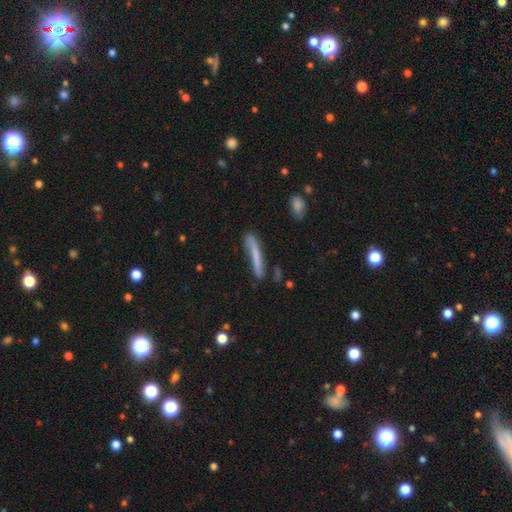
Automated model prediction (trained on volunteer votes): Q: Smooth or featured?
A: smooth (63%); runner-up: featured or disk (30%)
Q: How rounded?
A: cigar-shaped (94%); runner-up: in between (4%)
Q: Merging?
A: none (65%); runner-up: minor disturbance (23%)